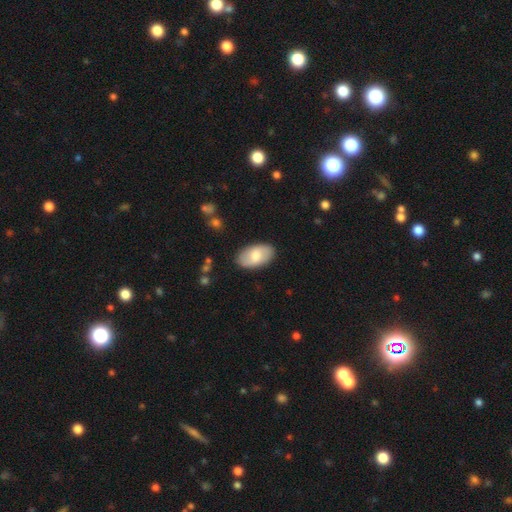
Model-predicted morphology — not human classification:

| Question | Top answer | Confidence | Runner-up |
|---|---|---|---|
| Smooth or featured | smooth | 67% | featured or disk (28%) |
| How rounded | in between | 95% | round (4%) |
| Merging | none | 87% | minor disturbance (9%) |